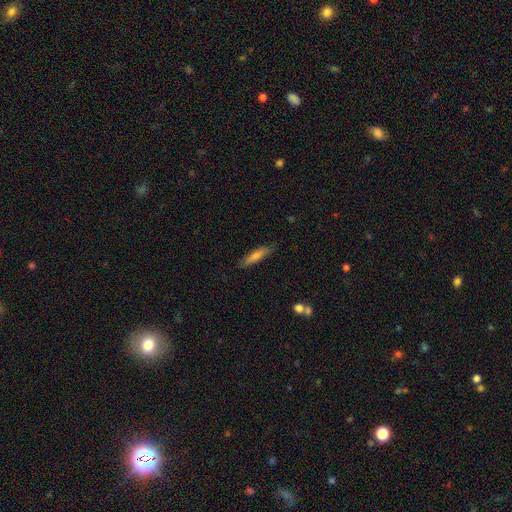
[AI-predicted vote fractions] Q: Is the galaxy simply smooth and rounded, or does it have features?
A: smooth — 67%.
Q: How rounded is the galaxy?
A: cigar-shaped — 82%.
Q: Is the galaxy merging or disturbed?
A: none — 86%.